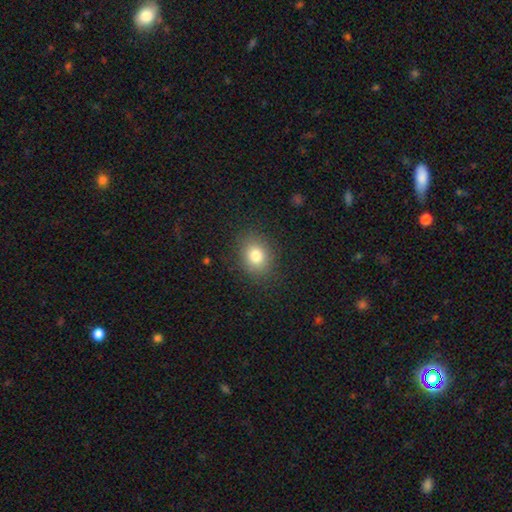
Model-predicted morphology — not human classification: This is likely a smooth galaxy (80%). How rounded: possibly round (51%). Merging: clearly none (86%).